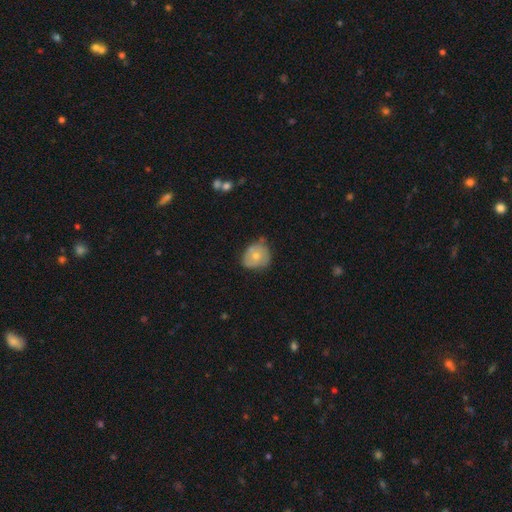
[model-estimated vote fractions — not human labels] smooth_or_featured: smooth (p=0.64) [alt: featured or disk p=0.28]
how_rounded: round (p=0.70) [alt: in between p=0.30]
merging: none (p=0.50) [alt: minor disturbance p=0.38]